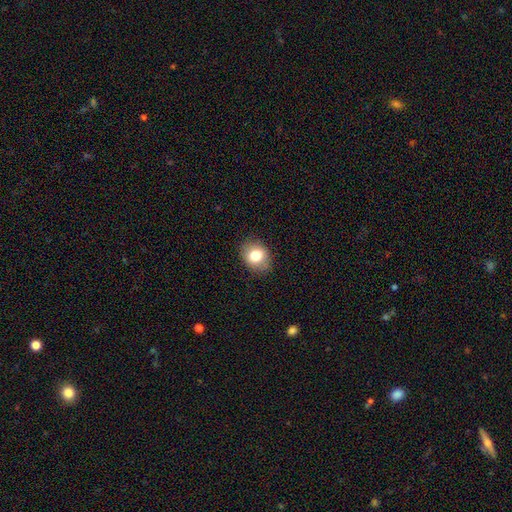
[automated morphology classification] This is likely a smooth galaxy (78%). How rounded: possibly round (51%). Merging: clearly none (84%).